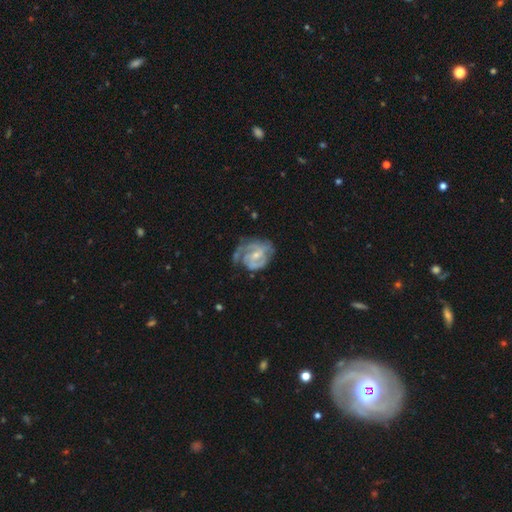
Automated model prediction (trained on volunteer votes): This is clearly a featured or disk galaxy (82%). It is clearly not viewed edge-on (98%). Bar: possibly no (45%). Spiral arm pattern: clearly yes (91%). Spiral arm count: marginally 2 (44%). Spiral winding: possibly tight (48%). Central bulge: possibly small (60%). Merging: possibly none (49%).